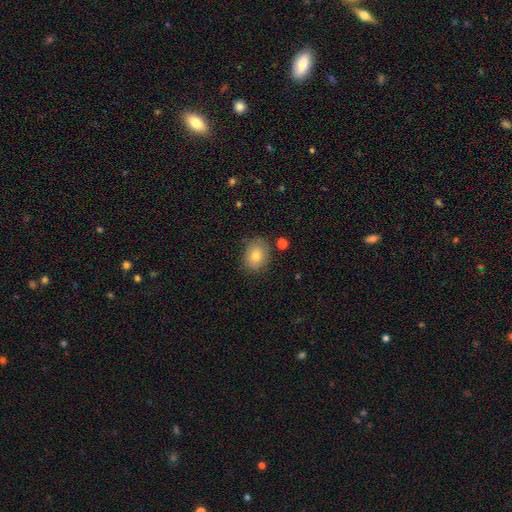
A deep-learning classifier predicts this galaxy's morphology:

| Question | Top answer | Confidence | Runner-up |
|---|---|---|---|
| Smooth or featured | smooth | 76% | featured or disk (13%) |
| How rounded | round | 56% | in between (43%) |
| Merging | none | 81% | minor disturbance (13%) |